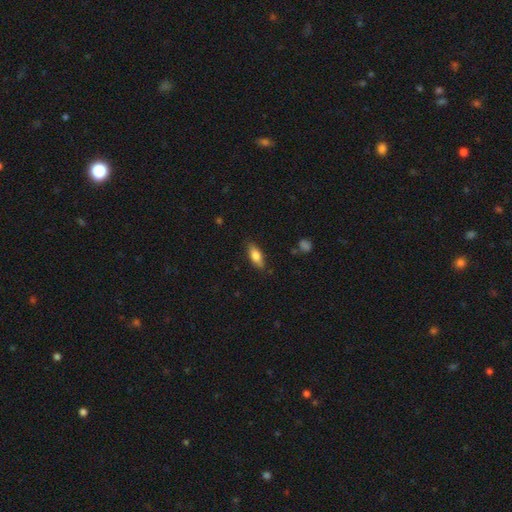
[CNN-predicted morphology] A smooth galaxy with no disk features (76%) that is in between round and cigar-shaped (72%). Merging: none (83%).